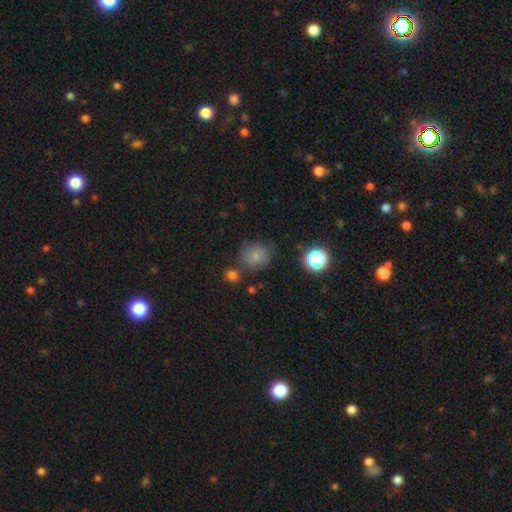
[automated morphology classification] smooth-or-featured: smooth: 75% | star or artifact: 15% | featured or disk: 10%
  how-rounded: round: 79% | in between: 20% | cigar-shaped: 1%
  merging: none: 69% | minor disturbance: 17% | merger: 8% | major disturbance: 6%